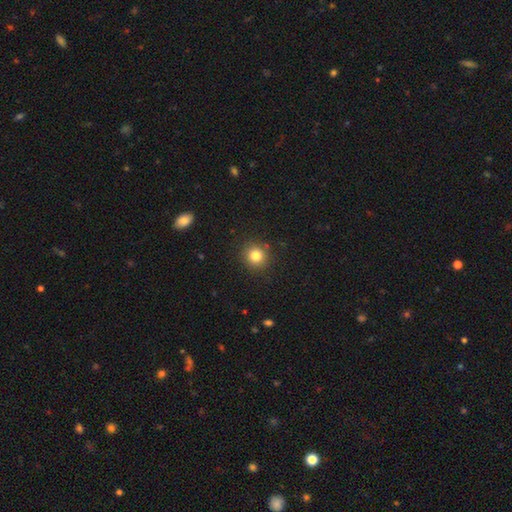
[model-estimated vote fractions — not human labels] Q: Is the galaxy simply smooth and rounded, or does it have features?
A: smooth — 82%.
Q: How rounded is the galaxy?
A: round — 91%.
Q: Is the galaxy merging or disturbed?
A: none — 88%.